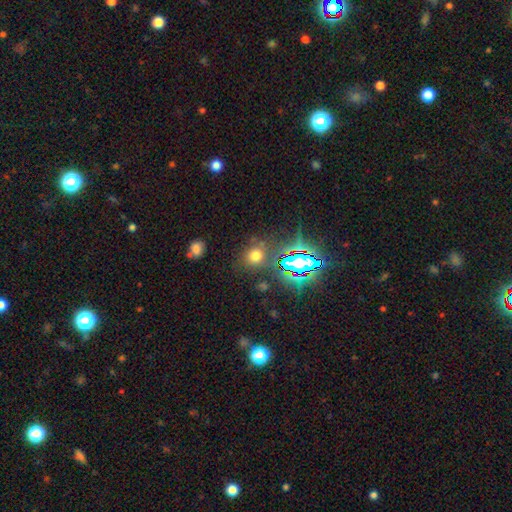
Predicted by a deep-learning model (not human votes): Morphology: type=smooth (61%); roundness=round (77%); merging=none (76%).